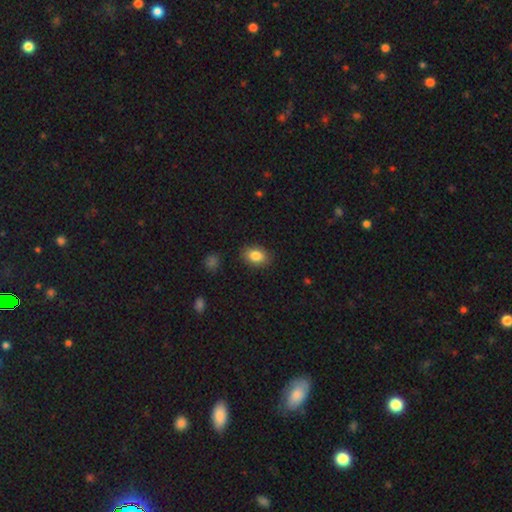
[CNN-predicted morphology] Smooth or featured?
  - smooth: 85% *
  - star or artifact: 8%
  - featured or disk: 7%
How rounded?
  - in between: 81% *
  - round: 18%
  - cigar-shaped: 1%
Merging?
  - none: 87% *
  - minor disturbance: 9%
  - major disturbance: 2%
  - merger: 1%